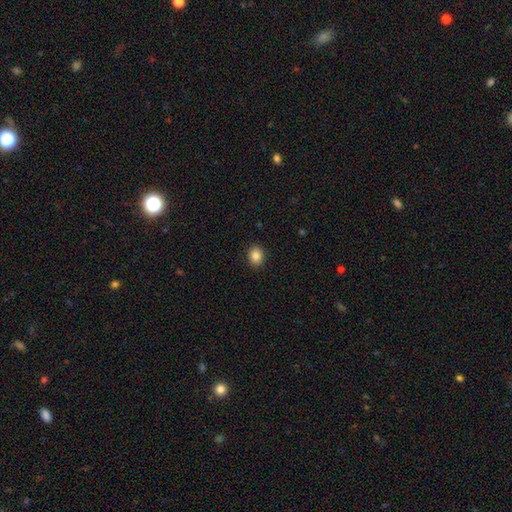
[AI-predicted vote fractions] smooth 85%, star or artifact 9%, featured or disk 5%. Down the decision tree: how rounded — round (52%); merging — none (91%).